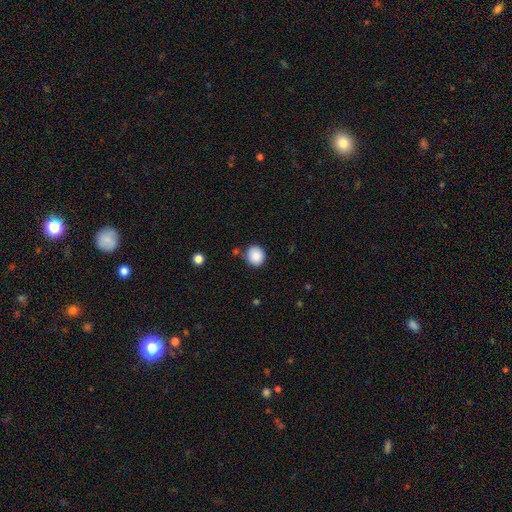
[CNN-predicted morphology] A smooth galaxy with no disk features (88%) that is round (81%). Merging: none (82%).